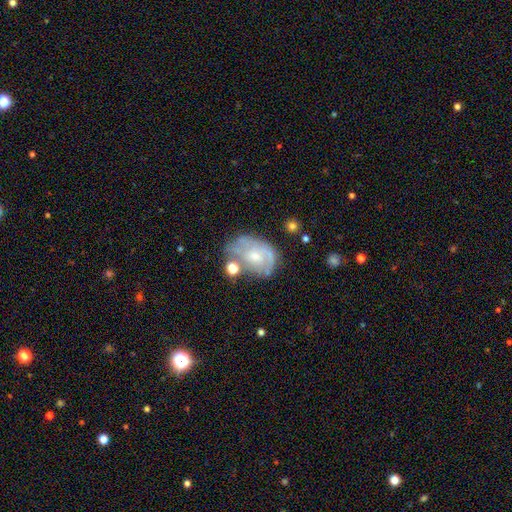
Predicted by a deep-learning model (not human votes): A featured or disk galaxy (59%) with no bar (78%), spiral arms (53%) and a small central bulge (50%). Merging: none (42%).